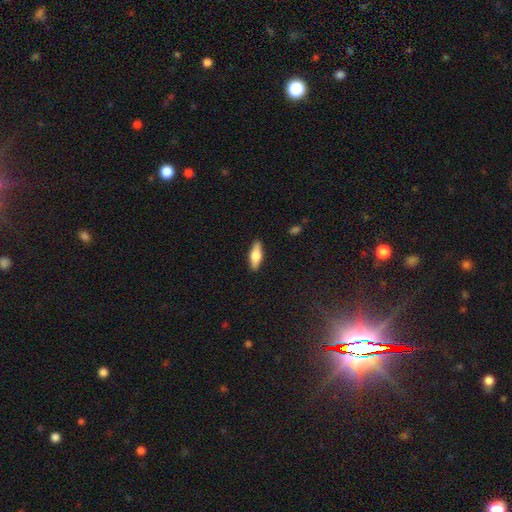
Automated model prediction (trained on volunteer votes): smooth 64%, featured or disk 30%, star or artifact 6%. Down the decision tree: how rounded — in between (63%); merging — none (88%).